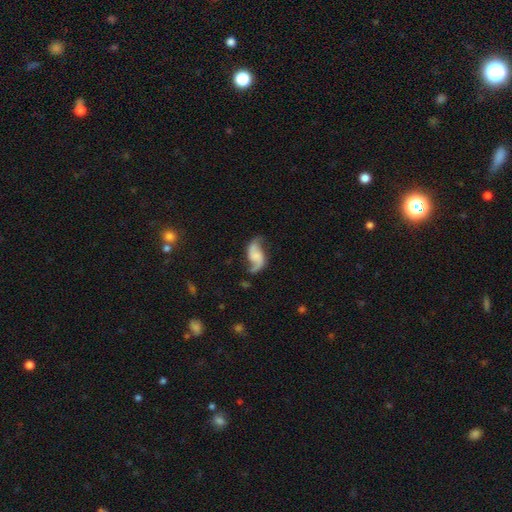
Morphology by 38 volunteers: smooth_or_featured: featured or disk (p=0.82) [alt: smooth p=0.11]
disk_edge_on: no (p=1.00)
bar: weak (p=0.55) [alt: no p=0.45]
has_spiral_arms: yes (p=0.94) [alt: no p=0.06]
spiral_winding: loose (p=0.90) [alt: medium p=0.10]
spiral_arm_count: 2 (p=0.97) [alt: can't tell p=0.03]
bulge_size: none (p=0.48) [alt: small p=0.23]
merging: none (p=0.83) [alt: minor disturbance p=0.09]